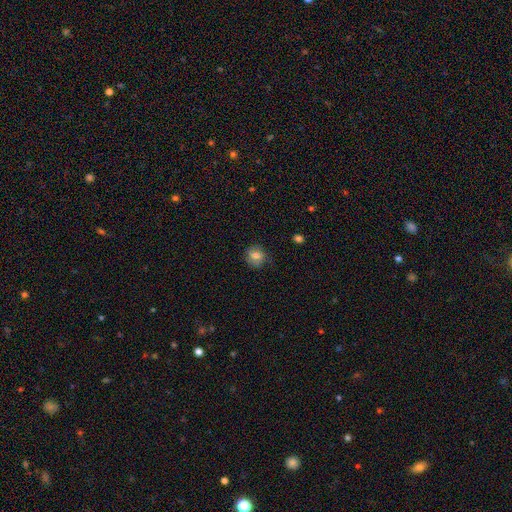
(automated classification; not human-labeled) smooth 73%, featured or disk 17%, star or artifact 9%. Down the decision tree: how rounded — round (72%); merging — none (73%).